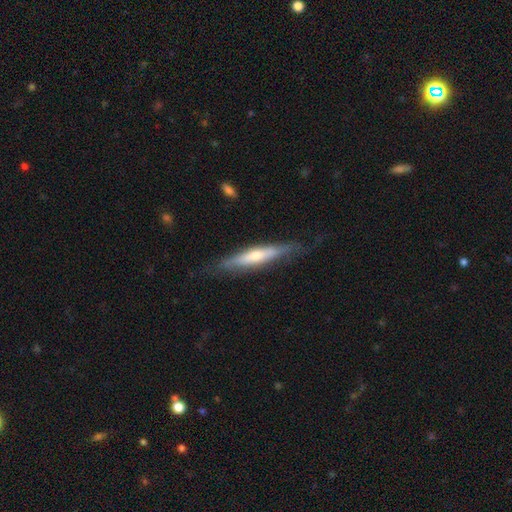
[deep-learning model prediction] Smooth or featured: featured or disk — 62% (smooth — 32%)
Edge-on disk: yes — 87% (no — 13%)
Edge-on bulge: rounded — 70% (none — 21%)
Merging: none — 78% (minor disturbance — 17%)